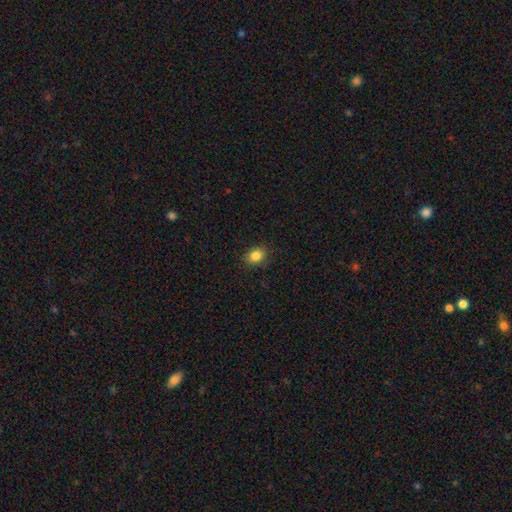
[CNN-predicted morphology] smooth 84%, star or artifact 11%, featured or disk 5%. Down the decision tree: how rounded — in between (54%); merging — none (87%).